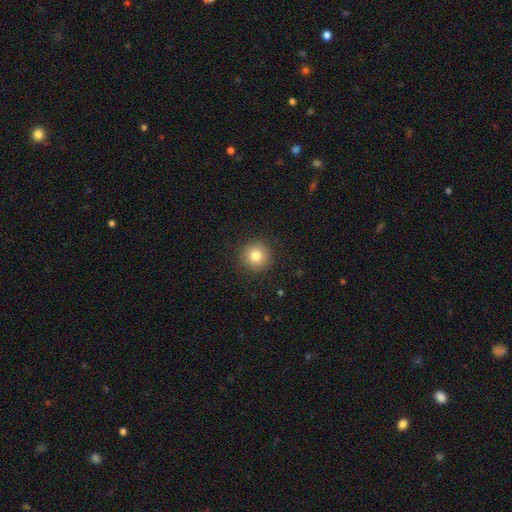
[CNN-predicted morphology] A smooth galaxy with no disk features (81%) that is round (95%). Merging: none (90%).